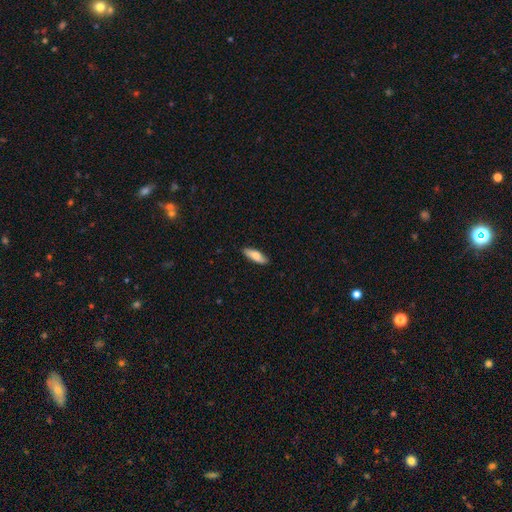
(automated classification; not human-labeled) A smooth galaxy with no disk features (72%) that is in between round and cigar-shaped (53%). Merging: none (86%).